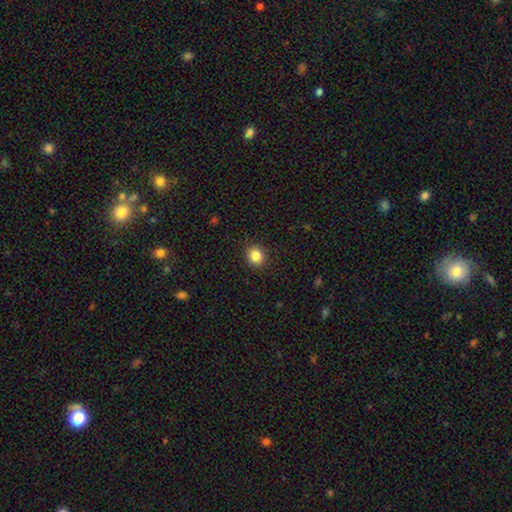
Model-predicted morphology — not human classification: This appears to be a smooth galaxy with no disk features (85%) that is round (79%). Merging: none (90%).